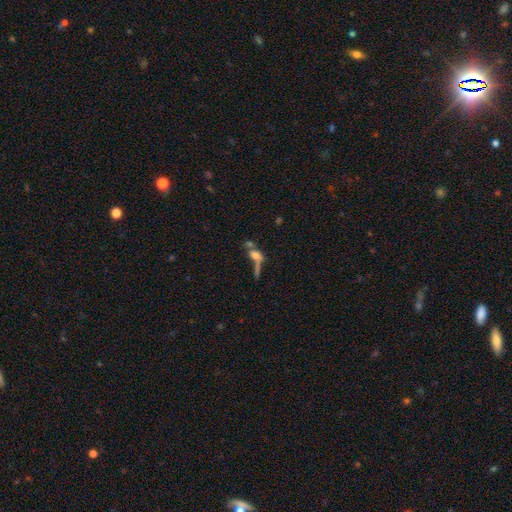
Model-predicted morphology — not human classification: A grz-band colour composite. It shows a smooth galaxy with no disk features (47%). Merging: merger (42%).